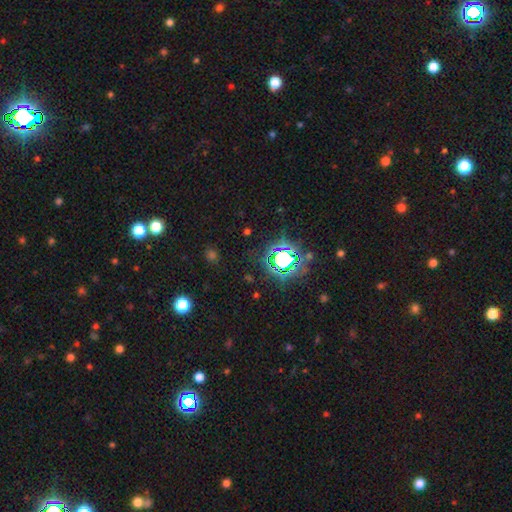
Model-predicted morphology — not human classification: Smooth or featured: star or artifact — 77% (smooth — 15%)